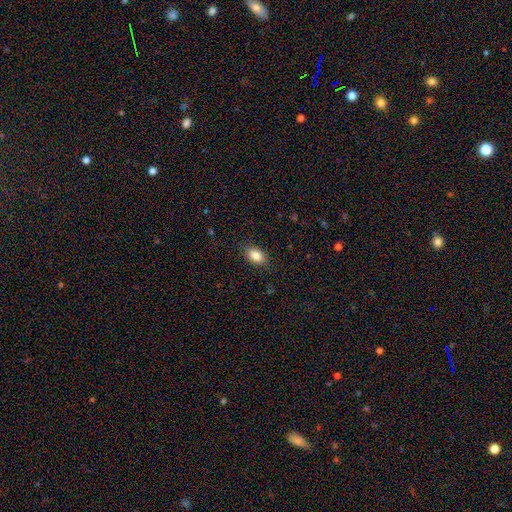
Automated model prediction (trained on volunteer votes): This is clearly a smooth galaxy (85%). How rounded: clearly in between (87%). Merging: clearly none (85%).